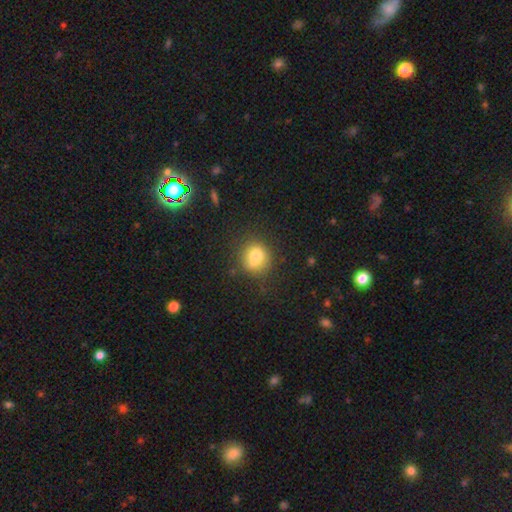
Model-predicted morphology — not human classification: smooth 71%, featured or disk 17%, star or artifact 12%. Down the decision tree: how rounded — round (84%); merging — none (50%).